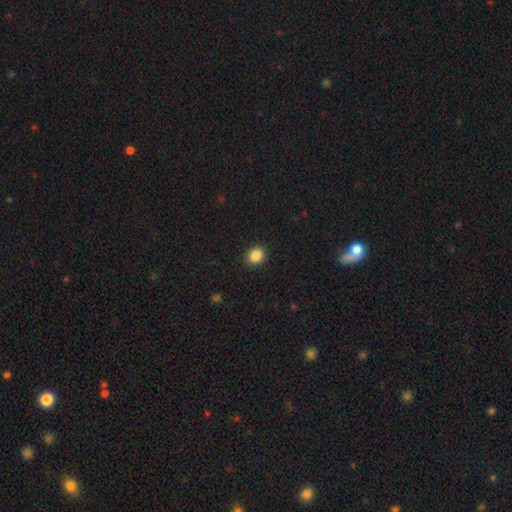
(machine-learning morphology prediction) The model was most divided on "how rounded": round: 66%, in between: 33%, cigar-shaped: 1%. More confident: merging — none (91%); smooth or featured — smooth (87%).